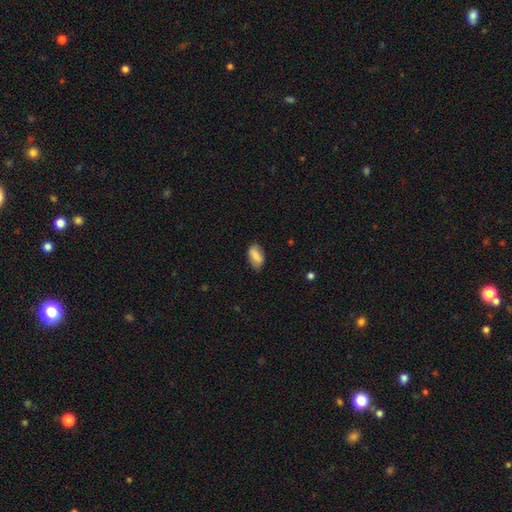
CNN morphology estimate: smooth_or_featured: smooth (p=0.80) [alt: featured or disk p=0.13]
how_rounded: in between (p=0.90) [alt: cigar-shaped p=0.06]
merging: none (p=0.75) [alt: minor disturbance p=0.20]